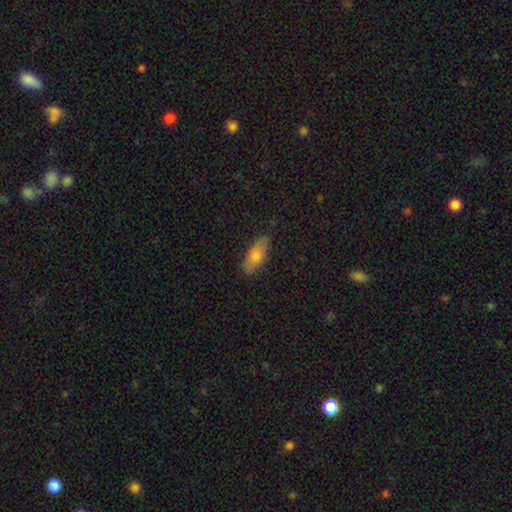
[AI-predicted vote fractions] A smooth galaxy with no disk features (73%) that is in between round and cigar-shaped (74%).

Vote fractions:
- Smooth or featured? smooth: 73% / featured or disk: 20% / star or artifact: 7%
- How rounded? in between: 74% / cigar-shaped: 23% / round: 3%
- Merging? none: 83% / minor disturbance: 14% / major disturbance: 2% / merger: 1%